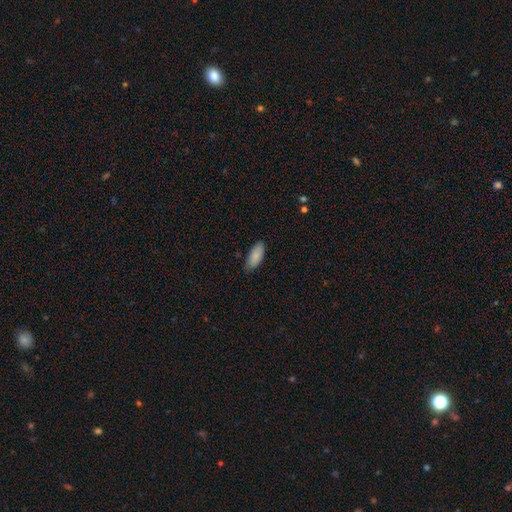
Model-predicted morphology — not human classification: type=smooth (87%); roundness=in between (85%); merging=none (80%).